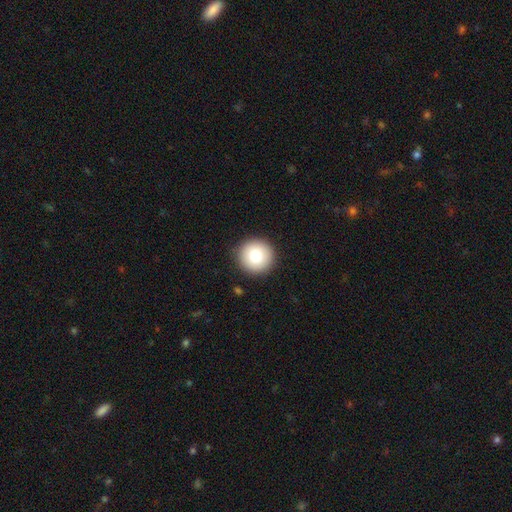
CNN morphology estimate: Smooth or featured? smooth (79%)
How rounded? round (96%)
Merging? none (92%)